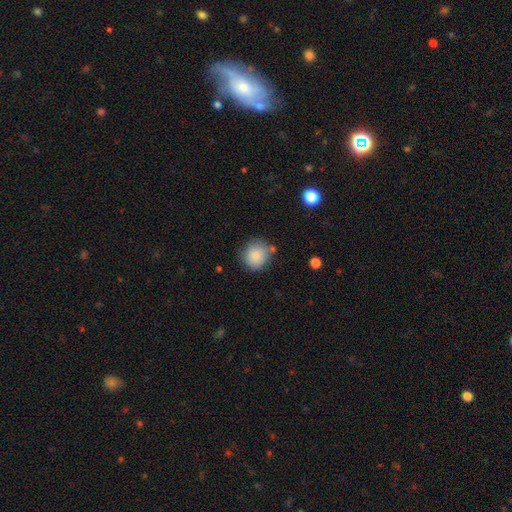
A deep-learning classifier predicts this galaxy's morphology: Overall: smooth (87%). How rounded: round (82%). Merging: none (69%).